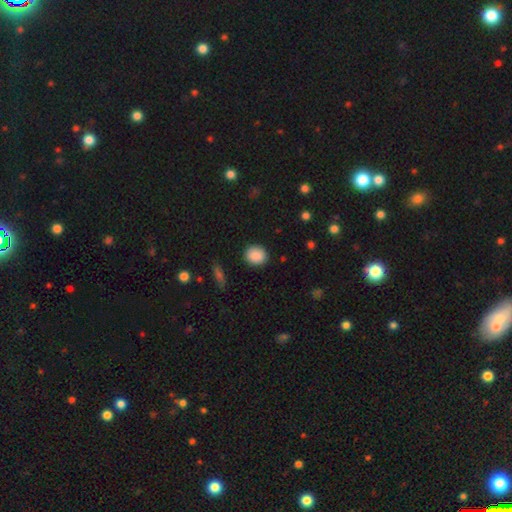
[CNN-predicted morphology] Overall: smooth (89%). How rounded: round (73%). Merging: none (89%).